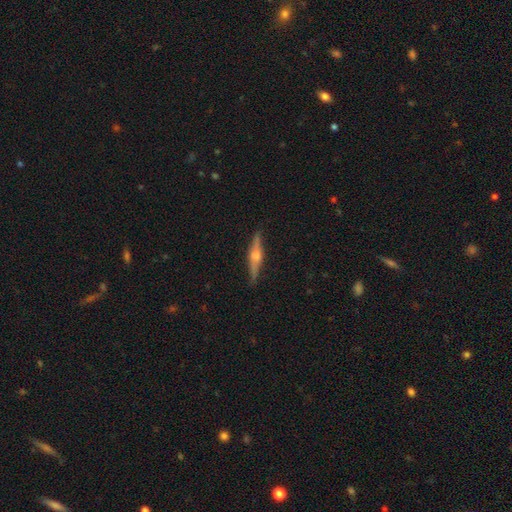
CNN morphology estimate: featured or disk 78%, smooth 17%, star or artifact 6%. Down the decision tree: edge-on disk — yes (98%); edge-on bulge — rounded (91%); merging — none (89%).